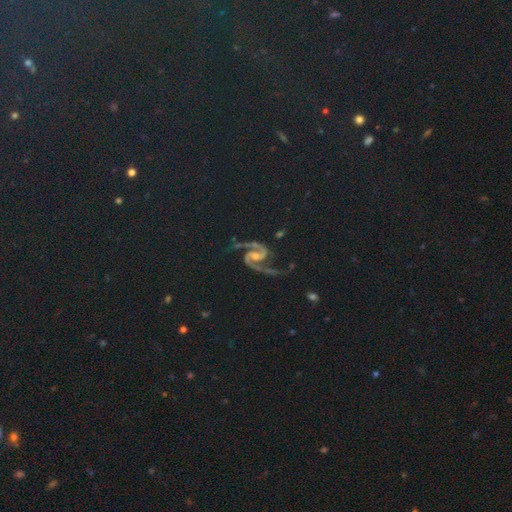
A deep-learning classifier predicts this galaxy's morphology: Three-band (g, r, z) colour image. It shows a featured or disk galaxy (82%) with no bar (51%), 2 (95%) medium (57%) spiral arms (98%) and a moderate central bulge (44%). Merging: none (69%).